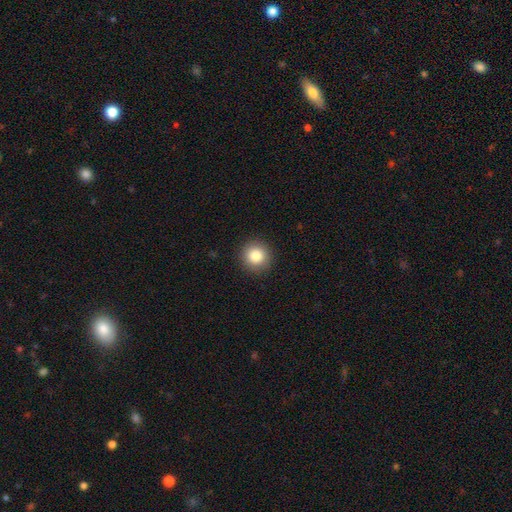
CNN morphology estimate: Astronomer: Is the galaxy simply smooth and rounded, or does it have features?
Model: smooth — 84%.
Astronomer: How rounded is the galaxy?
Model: round — 94%.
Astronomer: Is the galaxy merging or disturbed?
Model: none — 91%.